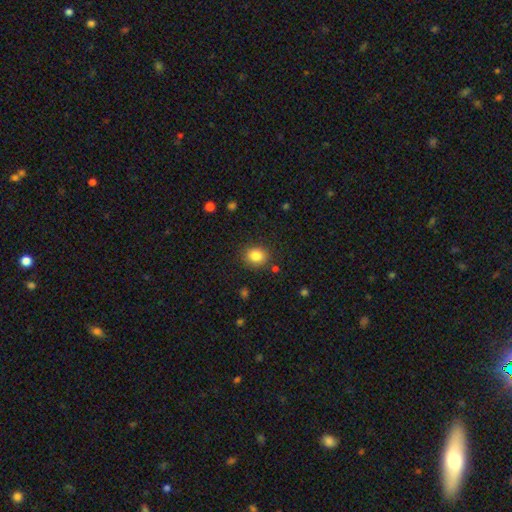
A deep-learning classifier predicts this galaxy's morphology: A smooth galaxy with no disk features (84%) that is round (72%). Merging: none (86%).